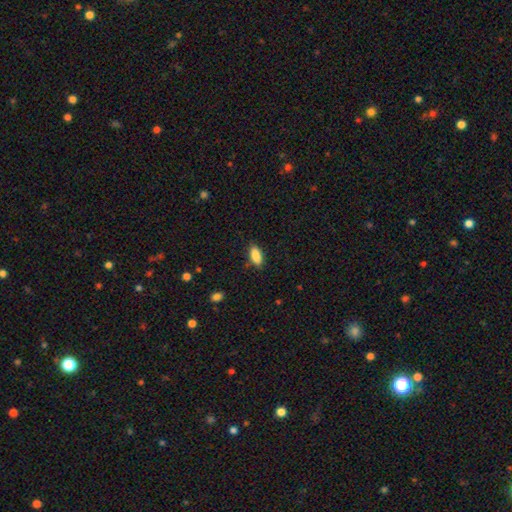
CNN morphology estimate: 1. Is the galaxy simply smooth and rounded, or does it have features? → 88% smooth, 7% star or artifact, 5% featured or disk.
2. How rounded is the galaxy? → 85% in between, 12% cigar-shaped, 2% round.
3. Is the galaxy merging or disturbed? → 84% none, 12% minor disturbance, 3% major disturbance, 1% merger.